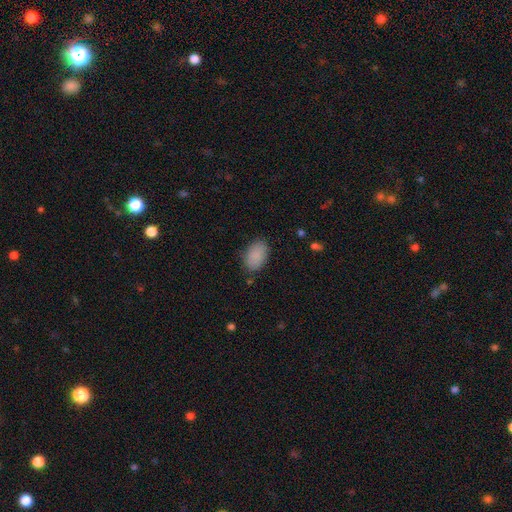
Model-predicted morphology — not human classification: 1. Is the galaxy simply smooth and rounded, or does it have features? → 89% smooth, 7% star or artifact, 4% featured or disk.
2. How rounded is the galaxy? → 91% in between, 8% round, 1% cigar-shaped.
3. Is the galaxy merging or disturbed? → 83% none, 13% minor disturbance, 3% major disturbance, 1% merger.